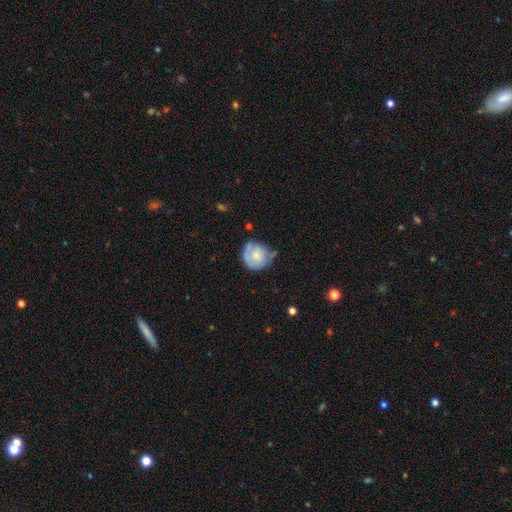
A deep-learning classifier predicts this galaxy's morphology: Smooth or featured? Predicted: smooth (p=0.59). How rounded? Predicted: round (p=0.85). Merging? Predicted: none (p=0.45).